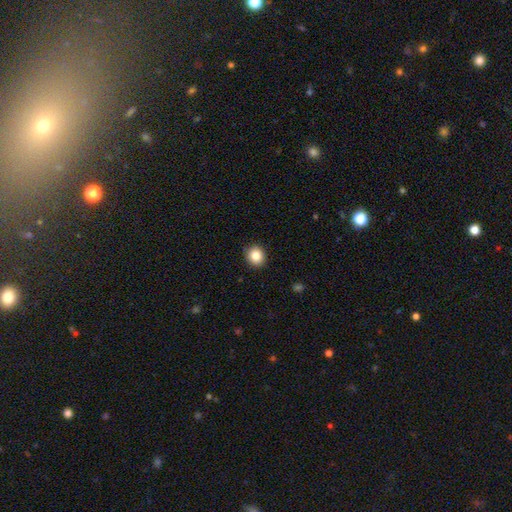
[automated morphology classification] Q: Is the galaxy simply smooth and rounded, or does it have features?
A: smooth — 84%.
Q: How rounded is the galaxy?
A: round — 84%.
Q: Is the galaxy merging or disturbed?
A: none — 91%.